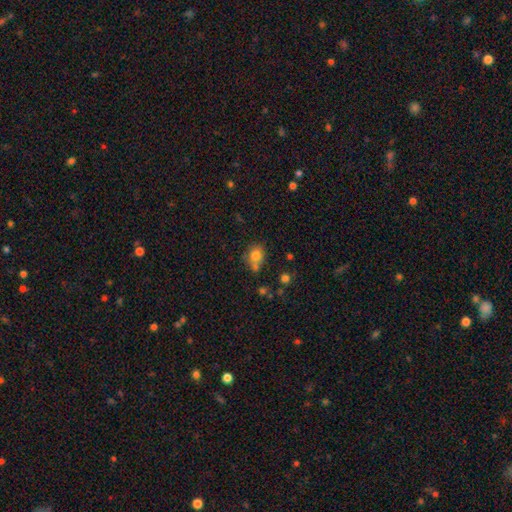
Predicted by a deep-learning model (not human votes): A smooth galaxy with no disk features (79%) that is round (64%).

Vote fractions:
- Smooth or featured? smooth: 79% / star or artifact: 12% / featured or disk: 10%
- How rounded? round: 64% / in between: 35% / cigar-shaped: 1%
- Merging? none: 55% / merger: 20% / minor disturbance: 19% / major disturbance: 6%